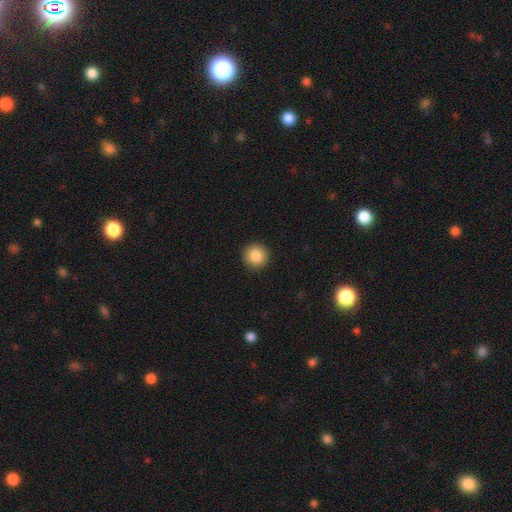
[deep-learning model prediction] smooth_or_featured: smooth (p=0.86) [alt: star or artifact p=0.09]
how_rounded: round (p=0.95) [alt: in between p=0.04]
merging: none (p=0.93) [alt: minor disturbance p=0.04]